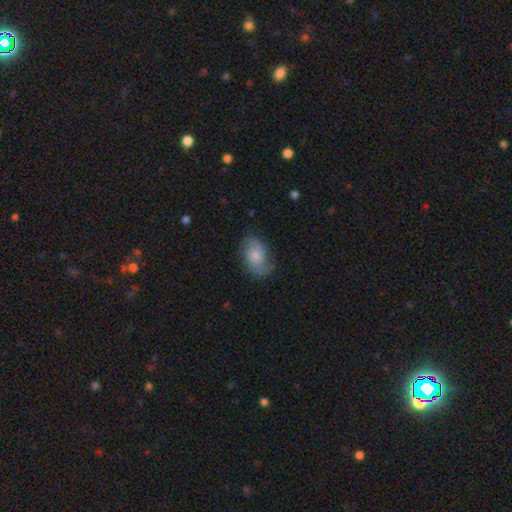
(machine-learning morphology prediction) smooth 61%, featured or disk 32%, star or artifact 7%. Down the decision tree: how rounded — in between (88%); merging — none (68%).